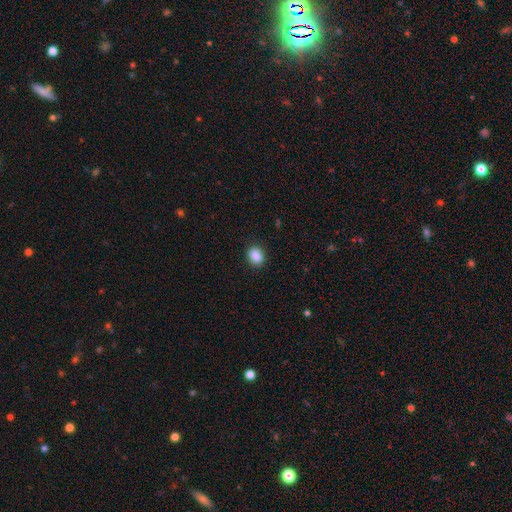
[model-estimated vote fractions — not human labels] smooth-or-featured: smooth: 88% | star or artifact: 9% | featured or disk: 3%
  how-rounded: in between: 56% | round: 43% | cigar-shaped: 1%
  merging: none: 88% | minor disturbance: 9% | major disturbance: 2% | merger: 1%